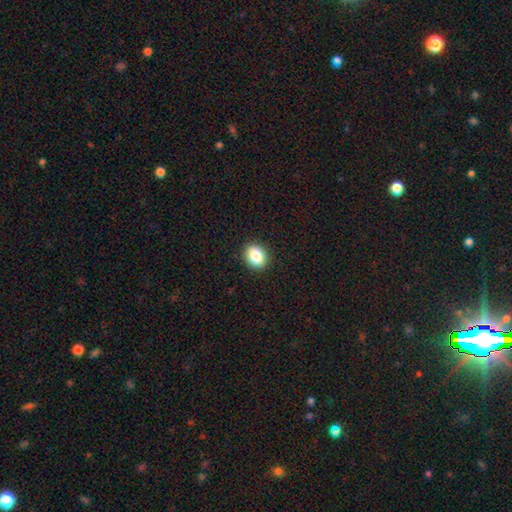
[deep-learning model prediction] The model was most divided on "how rounded": in between: 59%, round: 40%, cigar-shaped: 1%. More confident: merging — none (91%); smooth or featured — smooth (86%).